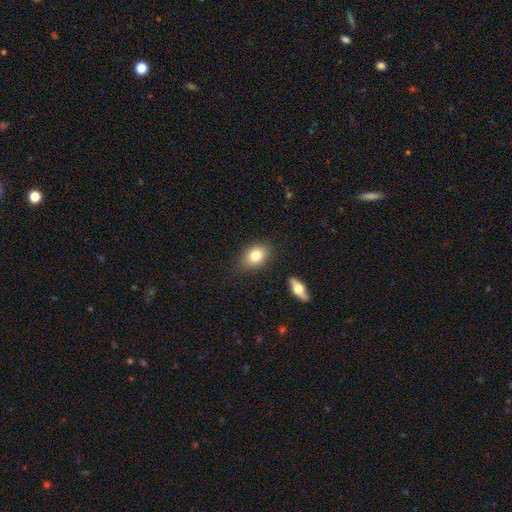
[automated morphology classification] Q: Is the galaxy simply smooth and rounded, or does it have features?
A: smooth — 79%.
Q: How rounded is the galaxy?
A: in between — 76%.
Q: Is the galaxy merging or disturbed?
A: none — 81%.